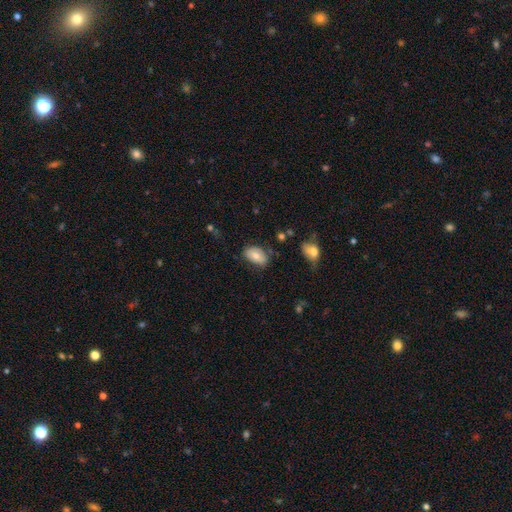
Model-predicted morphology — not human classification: A smooth galaxy with no disk features (71%) that is in between round and cigar-shaped (89%). Merging: none (64%).